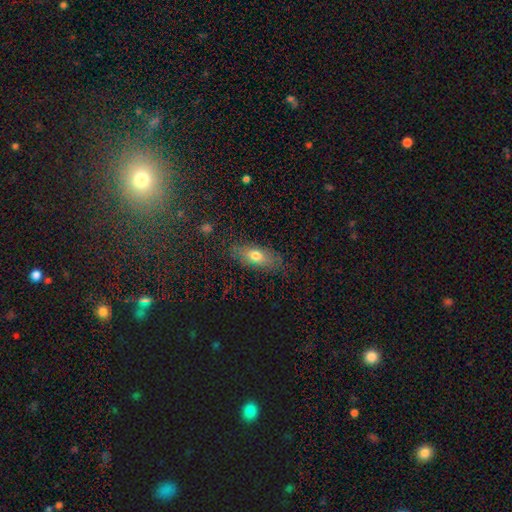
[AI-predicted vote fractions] This is likely a smooth galaxy (70%). How rounded: likely in between (72%). Merging: clearly none (81%).